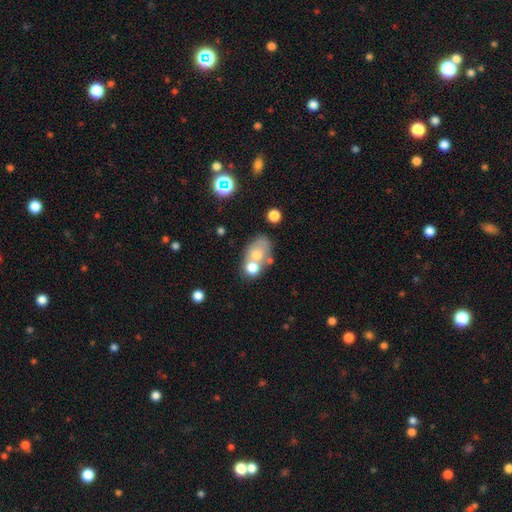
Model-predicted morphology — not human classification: smooth_or_featured: smooth (p=0.62) [alt: featured or disk p=0.26]
how_rounded: in between (p=0.69) [alt: round p=0.29]
merging: merger (p=0.42) [alt: none p=0.37]